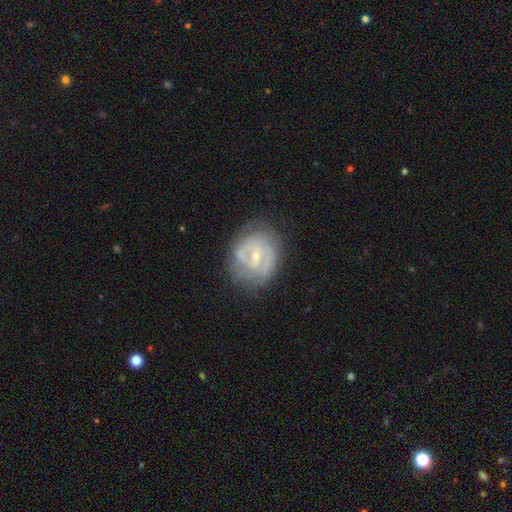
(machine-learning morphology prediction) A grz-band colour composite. It shows a featured or disk galaxy (73%) with a weak bar (51%), 2 (43%) tight (50%) spiral arms (77%) and a small central bulge (70%). Merging: none (69%).